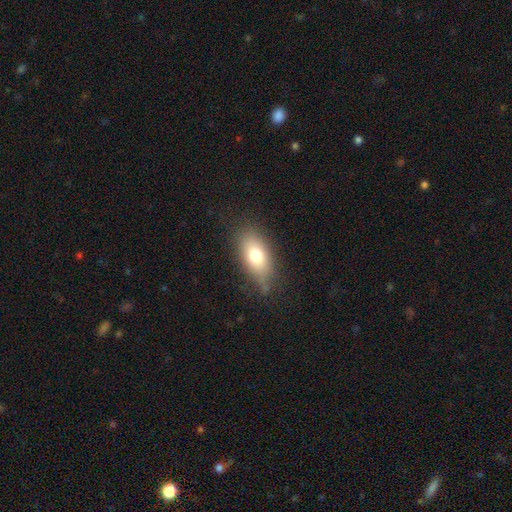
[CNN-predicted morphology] Overall: smooth (73%). How rounded: in between (85%). Merging: none (73%).